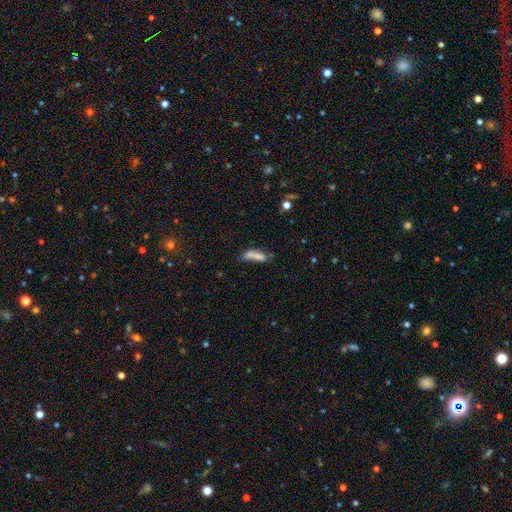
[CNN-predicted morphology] Smooth or featured? Predicted: smooth (p=0.67). How rounded? Predicted: in between (p=0.55). Merging? Predicted: merger (p=0.40).